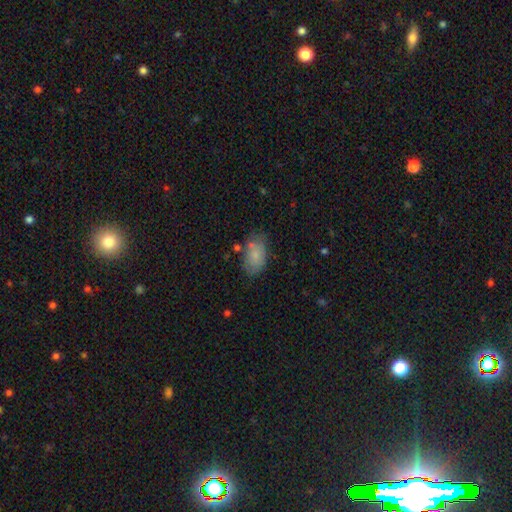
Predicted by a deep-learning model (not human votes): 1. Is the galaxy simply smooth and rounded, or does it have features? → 79% smooth, 13% featured or disk, 8% star or artifact.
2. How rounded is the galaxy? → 91% in between, 7% round, 2% cigar-shaped.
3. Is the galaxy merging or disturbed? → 65% none, 21% minor disturbance, 8% merger, 6% major disturbance.